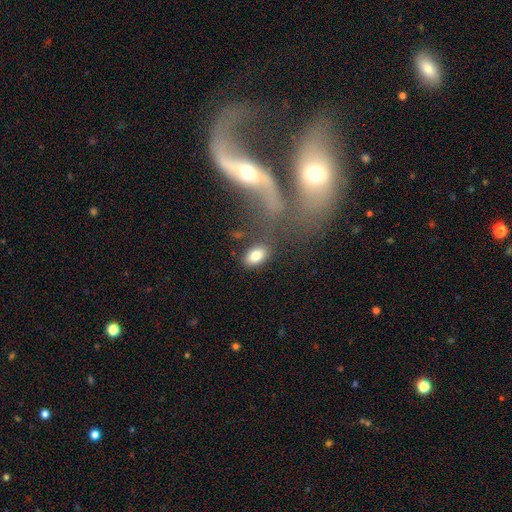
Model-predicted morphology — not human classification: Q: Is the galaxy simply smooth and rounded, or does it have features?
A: smooth — 80%.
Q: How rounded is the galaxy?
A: in between — 90%.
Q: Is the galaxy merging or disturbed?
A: none — 77%.